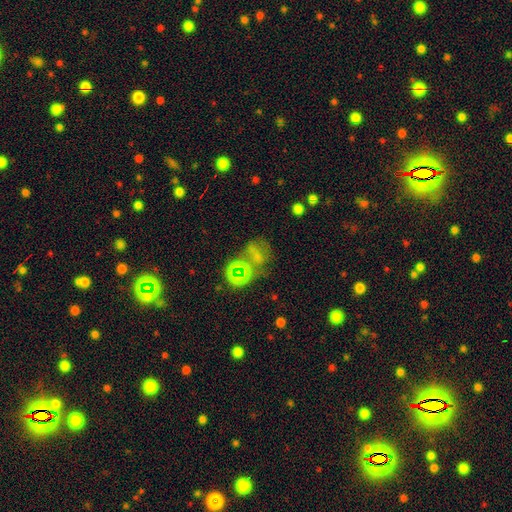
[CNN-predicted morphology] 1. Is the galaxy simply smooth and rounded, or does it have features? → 42% star or artifact, 39% smooth, 19% featured or disk.